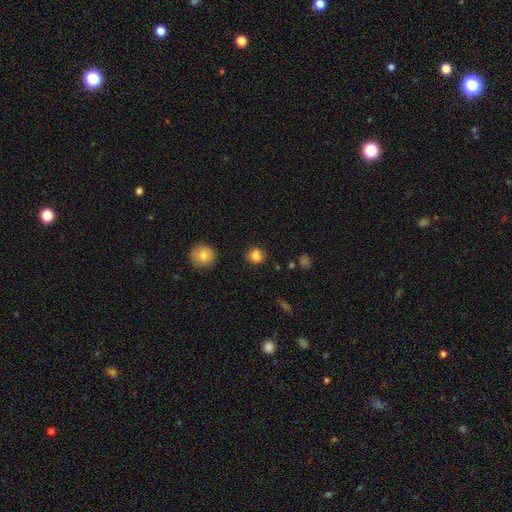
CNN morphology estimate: Smooth or featured: smooth — 84% (star or artifact — 11%)
How rounded: round — 88% (in between — 11%)
Merging: none — 88% (minor disturbance — 8%)